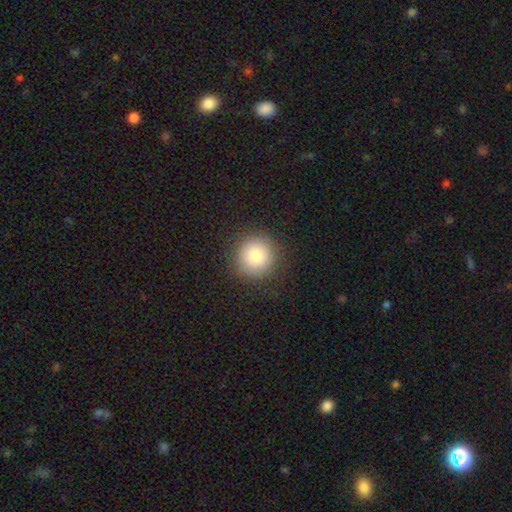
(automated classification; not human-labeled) smooth_or_featured: smooth (p=0.80) [alt: star or artifact p=0.11]
how_rounded: round (p=0.94) [alt: in between p=0.05]
merging: none (p=0.88) [alt: minor disturbance p=0.08]